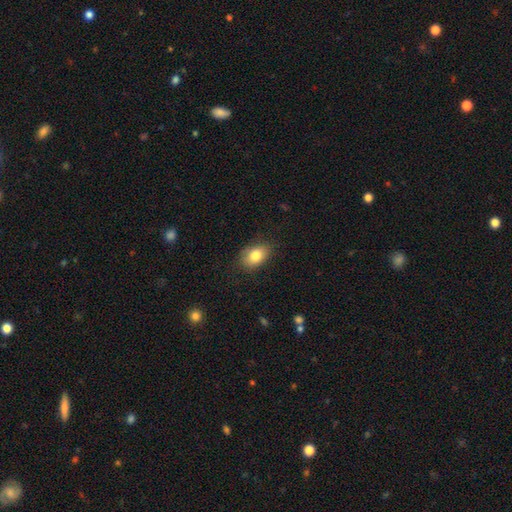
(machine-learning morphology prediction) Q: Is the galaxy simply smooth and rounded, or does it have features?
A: smooth — 81%.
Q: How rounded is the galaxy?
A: in between — 83%.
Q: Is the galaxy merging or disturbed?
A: none — 79%.